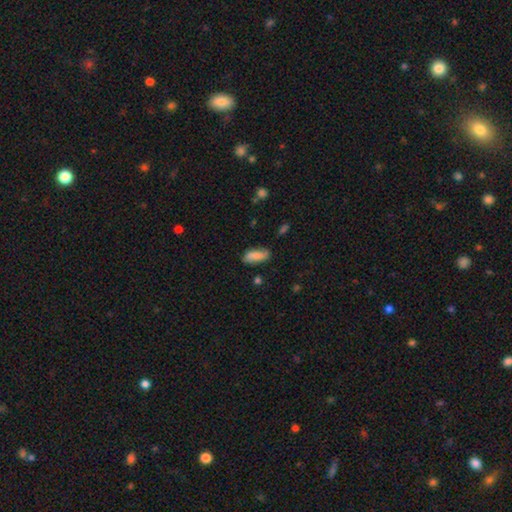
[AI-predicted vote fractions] Smooth or featured? Predicted: smooth (p=0.79). How rounded? Predicted: in between (p=0.77). Merging? Predicted: none (p=0.71).